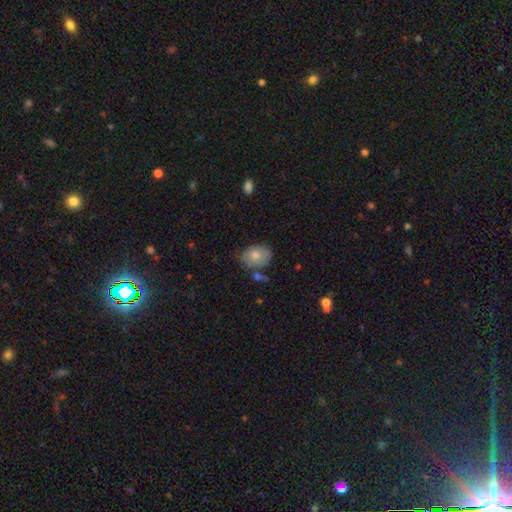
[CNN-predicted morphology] The model was most divided on "how rounded": in between: 63%, round: 36%, cigar-shaped: 1%. More confident: smooth or featured — smooth (75%); merging — none (63%).